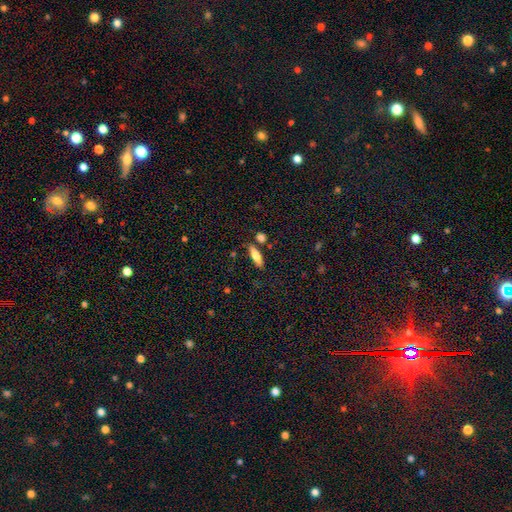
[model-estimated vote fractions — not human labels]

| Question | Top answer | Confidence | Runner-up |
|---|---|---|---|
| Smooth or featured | smooth | 71% | featured or disk (23%) |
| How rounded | cigar-shaped | 54% | in between (43%) |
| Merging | none | 79% | minor disturbance (11%) |